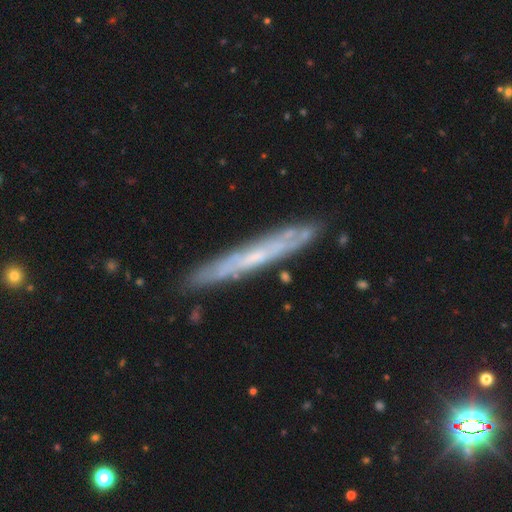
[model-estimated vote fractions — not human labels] Q: Smooth or featured?
A: featured or disk (65%); runner-up: smooth (28%)
Q: Edge-on disk?
A: yes (78%); runner-up: no (22%)
Q: Edge-on bulge?
A: none (74%); runner-up: rounded (22%)
Q: Merging?
A: none (85%); runner-up: minor disturbance (11%)